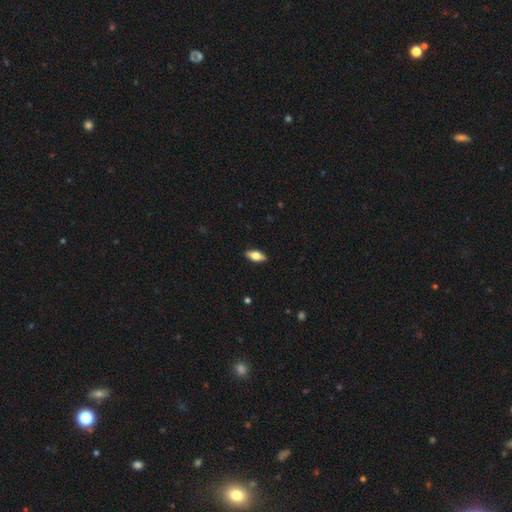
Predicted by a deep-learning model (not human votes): Smooth or featured: smooth — 67% (featured or disk — 26%)
How rounded: in between — 81% (cigar-shaped — 16%)
Merging: none — 89% (minor disturbance — 8%)